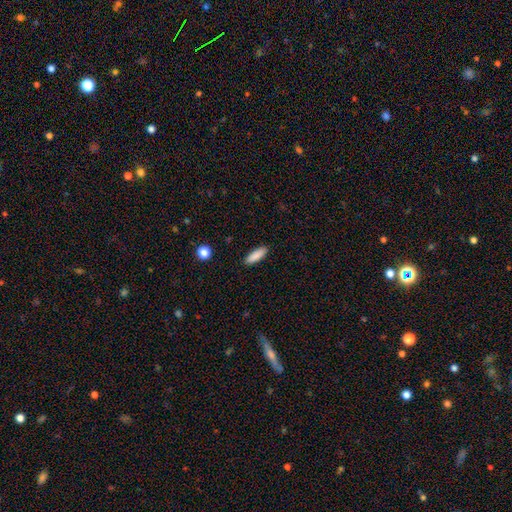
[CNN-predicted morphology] Smooth or featured? Predicted: smooth (p=0.88). How rounded? Predicted: cigar-shaped (p=0.51). Merging? Predicted: none (p=0.89).